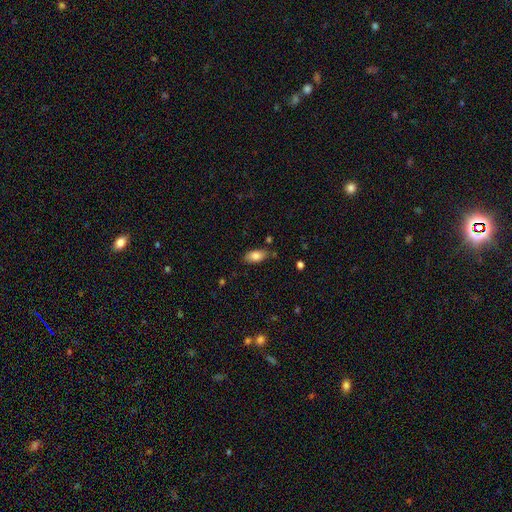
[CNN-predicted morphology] The model was most divided on "merging": none: 78%, minor disturbance: 15%, merger: 3%, major disturbance: 3%. More confident: how rounded — in between (90%); smooth or featured — smooth (83%).